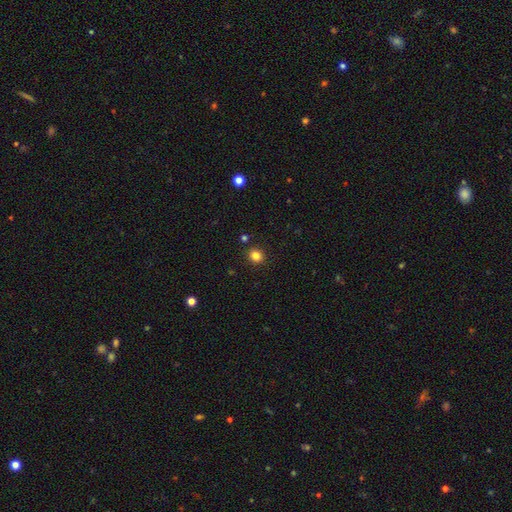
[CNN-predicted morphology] Smooth or featured? smooth (83%)
How rounded? round (84%)
Merging? none (89%)